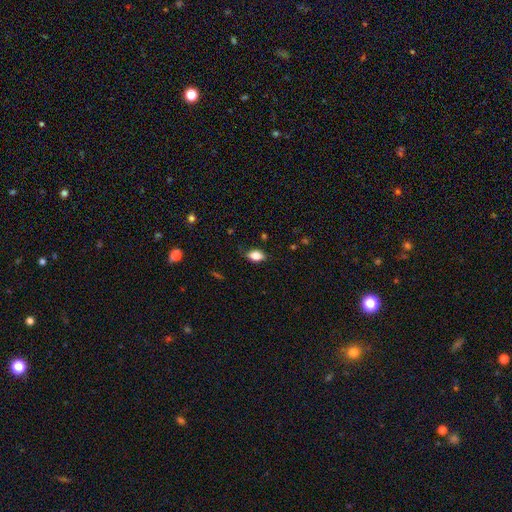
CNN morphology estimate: smooth 84%, star or artifact 8%, featured or disk 8%. Down the decision tree: how rounded — in between (89%); merging — none (78%).